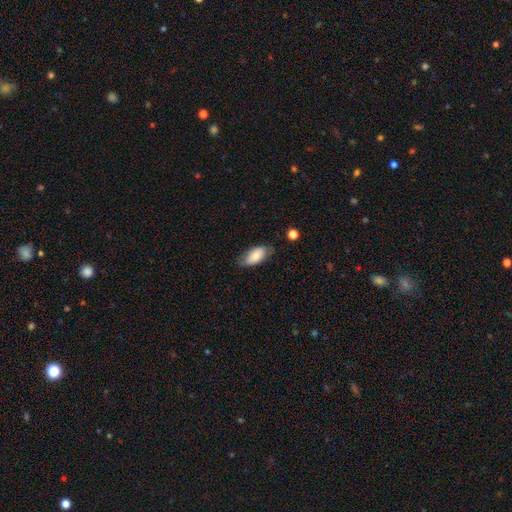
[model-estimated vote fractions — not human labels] The model was most divided on "merging": none: 69%, minor disturbance: 24%, major disturbance: 6%, merger: 2%. More confident: how rounded — in between (92%); smooth or featured — smooth (78%).